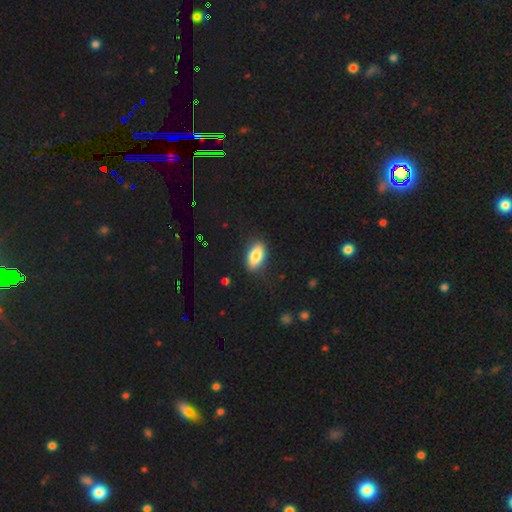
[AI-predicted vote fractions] Smooth or featured? smooth (81%)
How rounded? in between (89%)
Merging? none (85%)